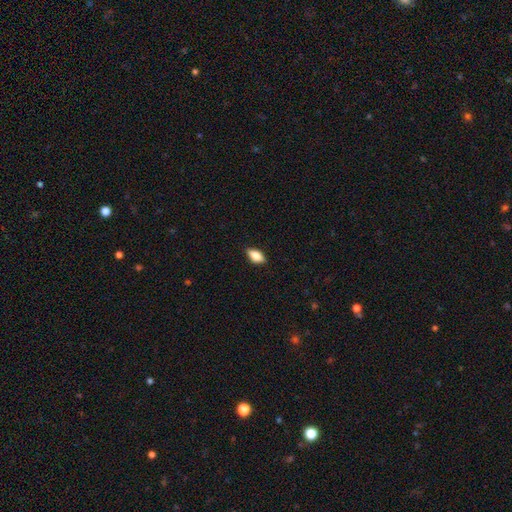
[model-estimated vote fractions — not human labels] Smooth or featured? Predicted: smooth (p=0.76). How rounded? Predicted: in between (p=0.85). Merging? Predicted: none (p=0.85).